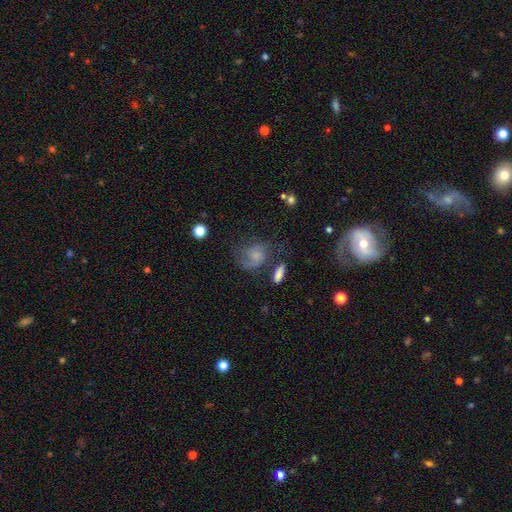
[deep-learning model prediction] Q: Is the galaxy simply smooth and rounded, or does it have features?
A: featured or disk — 48%.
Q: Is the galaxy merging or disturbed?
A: none — 42%.